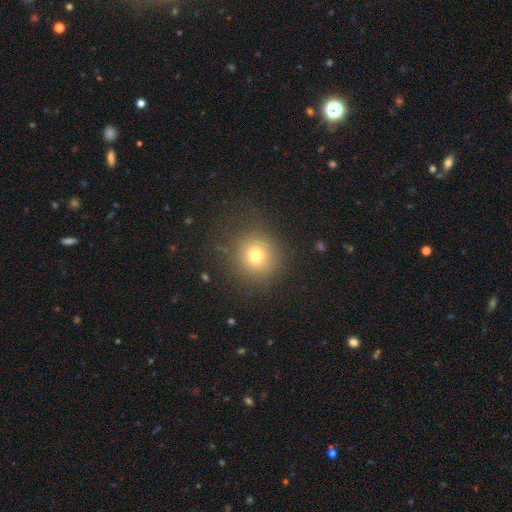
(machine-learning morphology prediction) A smooth galaxy with no disk features (72%) that is round (91%). Merging: none (83%).